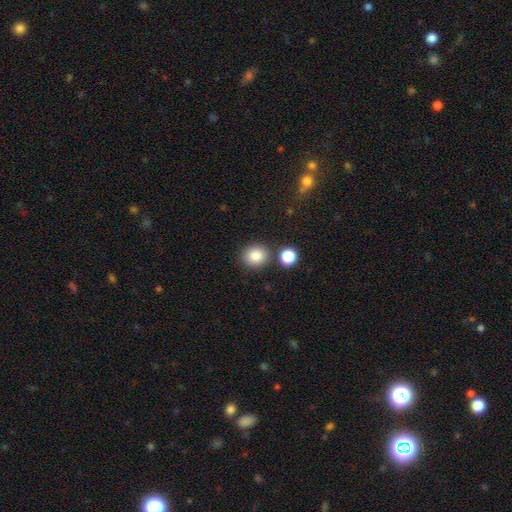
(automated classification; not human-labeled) Overall: smooth (85%). How rounded: round (80%). Merging: none (79%).